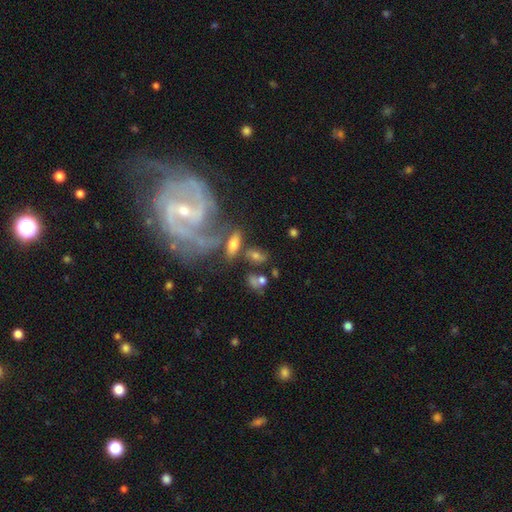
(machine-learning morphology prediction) Smooth or featured: smooth — 50% (featured or disk — 38%)
How rounded: in between — 78% (cigar-shaped — 13%)
Merging: none — 56% (minor disturbance — 18%)